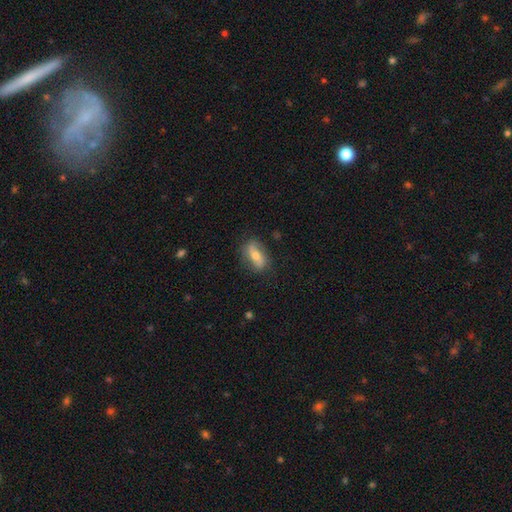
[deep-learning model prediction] This appears to be a smooth galaxy with no disk features (47%). Merging: none (78%).